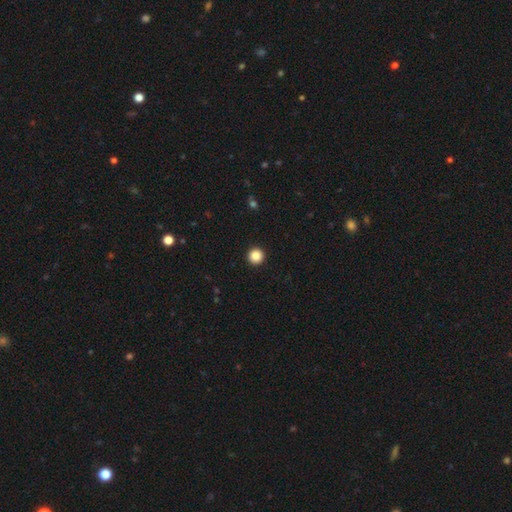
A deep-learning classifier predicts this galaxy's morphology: type=smooth (87%); roundness=round (96%); merging=none (94%).